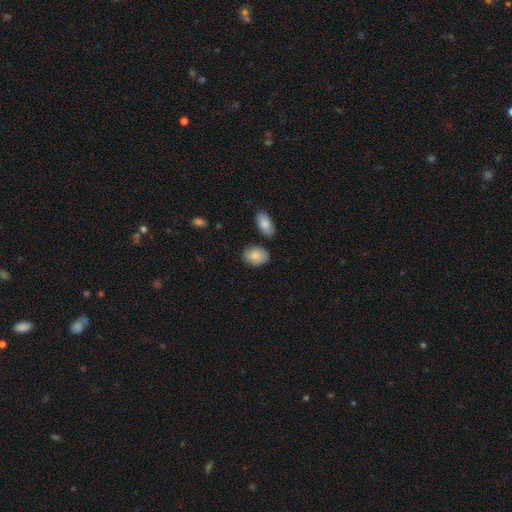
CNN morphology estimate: smooth-or-featured: smooth: 86% | featured or disk: 7% | star or artifact: 6%
  how-rounded: in between: 78% | round: 21% | cigar-shaped: 1%
  merging: none: 74% | minor disturbance: 17% | merger: 6% | major disturbance: 3%